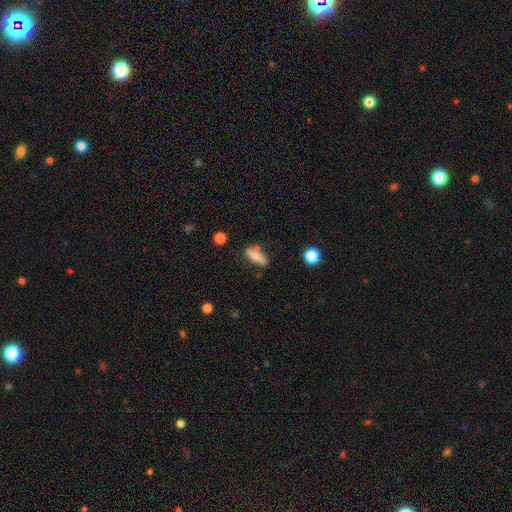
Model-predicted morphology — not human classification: This appears to be a smooth galaxy with no disk features (70%) that is in between round and cigar-shaped (52%). Merging: none (70%).